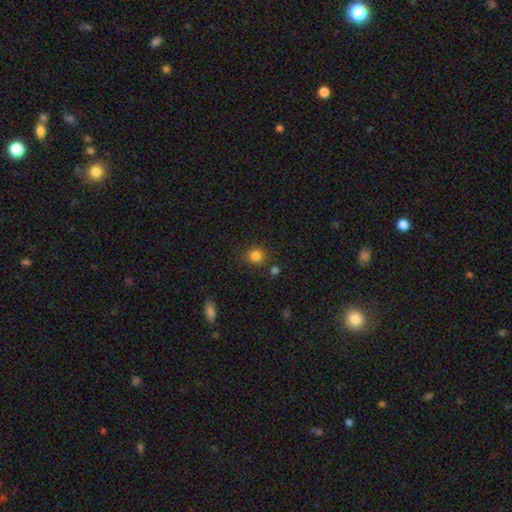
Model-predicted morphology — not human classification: Smooth or featured? Predicted: smooth (p=0.83). How rounded? Predicted: round (p=0.86). Merging? Predicted: none (p=0.83).